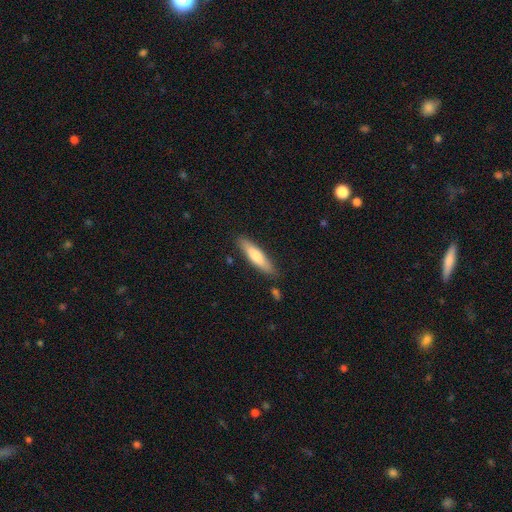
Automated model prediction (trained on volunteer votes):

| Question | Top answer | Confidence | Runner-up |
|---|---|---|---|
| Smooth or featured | smooth | 70% | featured or disk (25%) |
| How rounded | cigar-shaped | 79% | in between (19%) |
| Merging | none | 83% | minor disturbance (12%) |